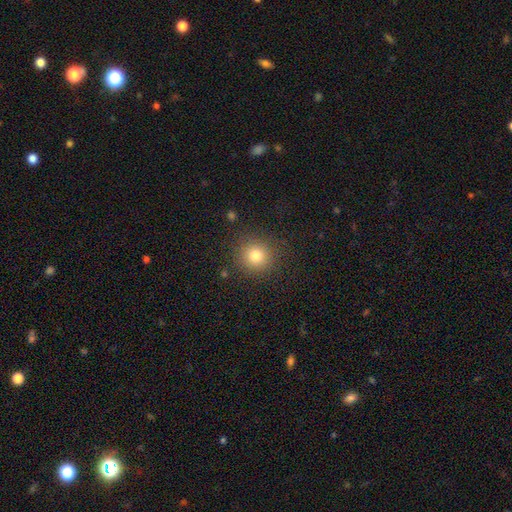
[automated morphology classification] smooth 78%, star or artifact 13%, featured or disk 8%. Down the decision tree: how rounded — round (93%); merging — none (88%).